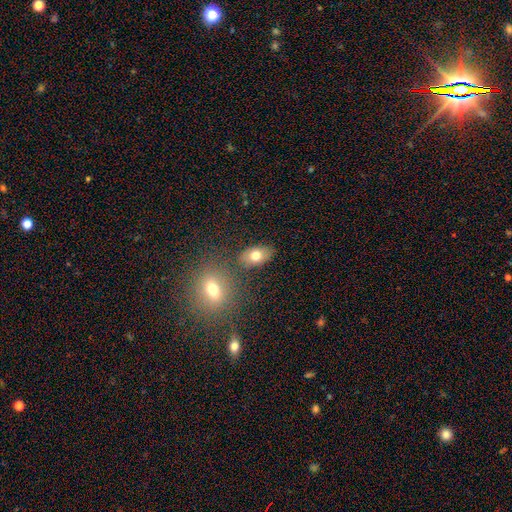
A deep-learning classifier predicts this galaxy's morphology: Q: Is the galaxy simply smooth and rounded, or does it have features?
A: smooth — 74%.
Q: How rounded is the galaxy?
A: in between — 87%.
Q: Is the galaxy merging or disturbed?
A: none — 77%.